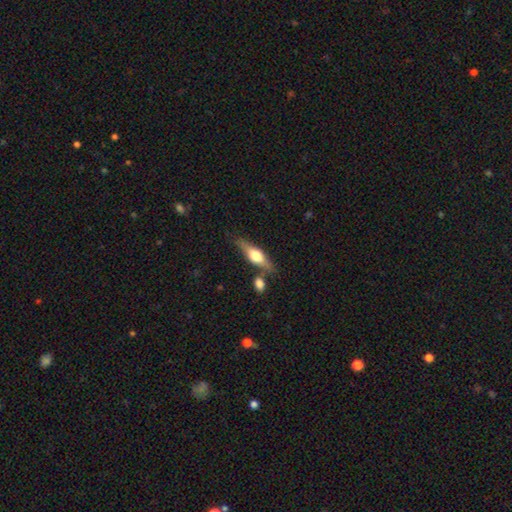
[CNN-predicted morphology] Overall: featured or disk (61%; smooth 33%). Edge-on disk: yes (94%). Edge-on bulge: rounded (93%). Merging: none (74%).